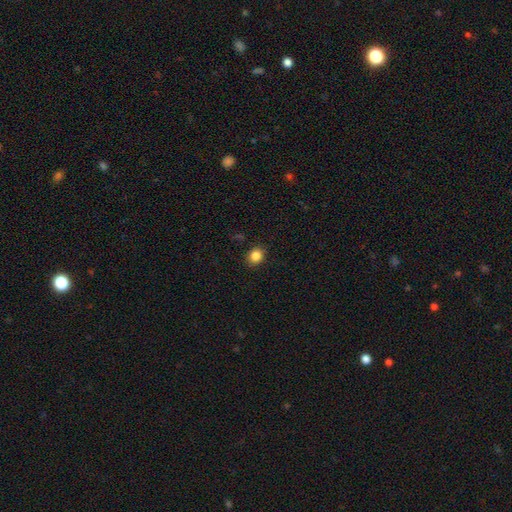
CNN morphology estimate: Smooth or featured? Predicted: smooth (p=0.85). How rounded? Predicted: round (p=0.71). Merging? Predicted: none (p=0.88).